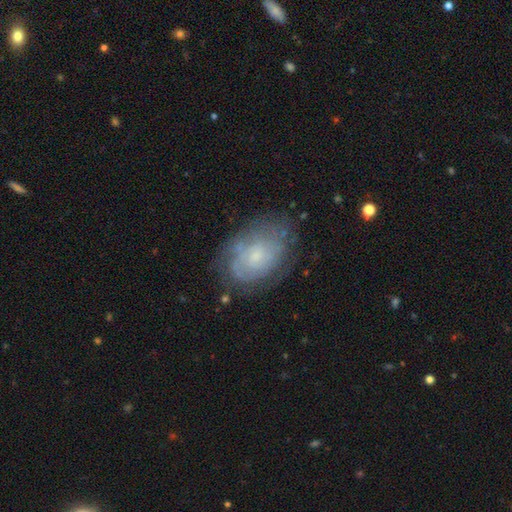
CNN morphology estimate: type=featured or disk (54%); edge-on=no (96%); bar=no (81%); spiral arms=yes (65%); bulge=small (69%); merging=none (68%).